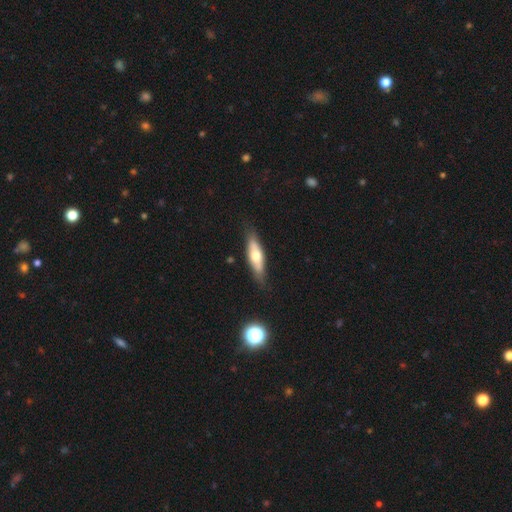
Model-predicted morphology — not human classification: smooth_or_featured: smooth (p=0.50) [alt: featured or disk p=0.44]
how_rounded: cigar-shaped (p=0.54) [alt: in between p=0.44]
merging: none (p=0.80) [alt: minor disturbance p=0.15]